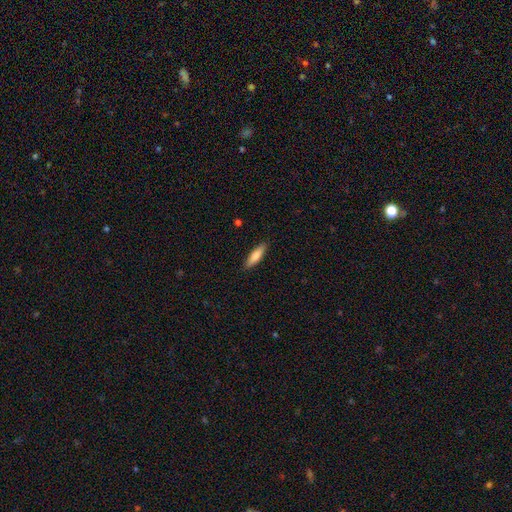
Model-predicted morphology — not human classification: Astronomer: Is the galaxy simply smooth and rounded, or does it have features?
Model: smooth — 76%.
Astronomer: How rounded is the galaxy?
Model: cigar-shaped — 66%.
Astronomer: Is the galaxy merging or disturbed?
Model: none — 89%.